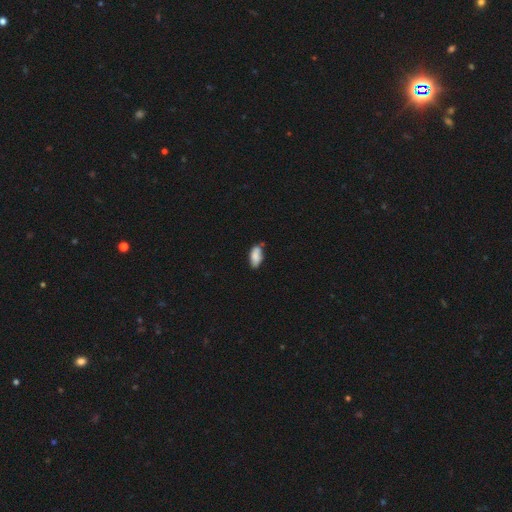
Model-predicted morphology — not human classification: smooth_or_featured: smooth (p=0.81) [alt: featured or disk p=0.11]
how_rounded: in between (p=0.89) [alt: cigar-shaped p=0.09]
merging: none (p=0.61) [alt: minor disturbance p=0.27]